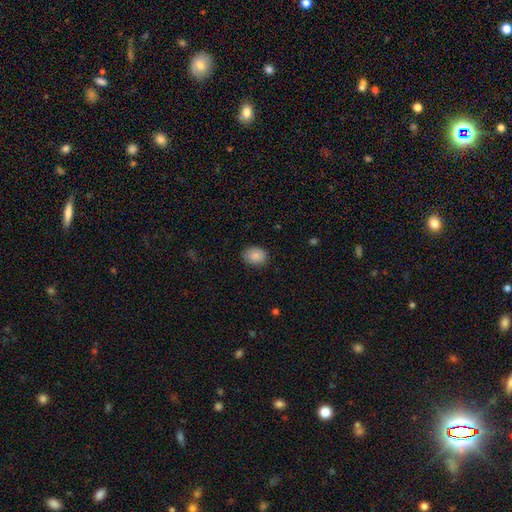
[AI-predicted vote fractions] Smooth or featured? Predicted: smooth (p=0.88). How rounded? Predicted: in between (p=0.61). Merging? Predicted: none (p=0.84).